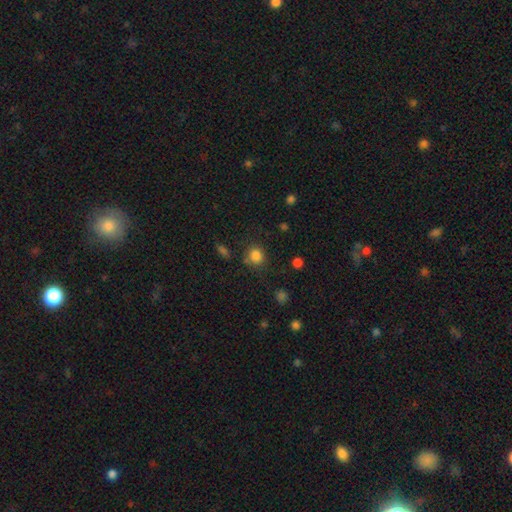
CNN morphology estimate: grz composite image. It shows a smooth galaxy with no disk features (83%) that is round (81%). Merging: none (77%).